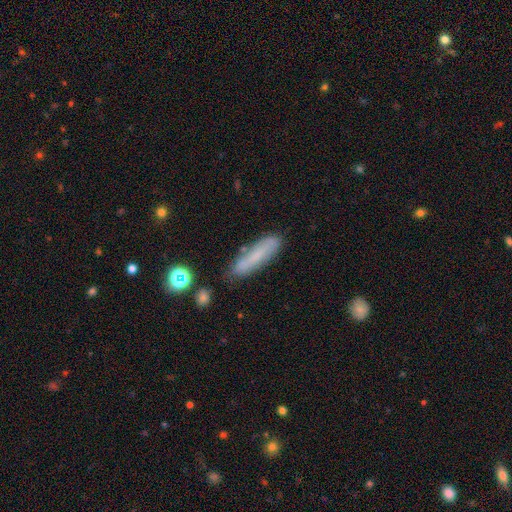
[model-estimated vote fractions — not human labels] smooth-or-featured: smooth: 63% | featured or disk: 27% | star or artifact: 11%
  how-rounded: cigar-shaped: 76% | in between: 22% | round: 2%
  merging: none: 73% | minor disturbance: 18% | major disturbance: 5% | merger: 5%